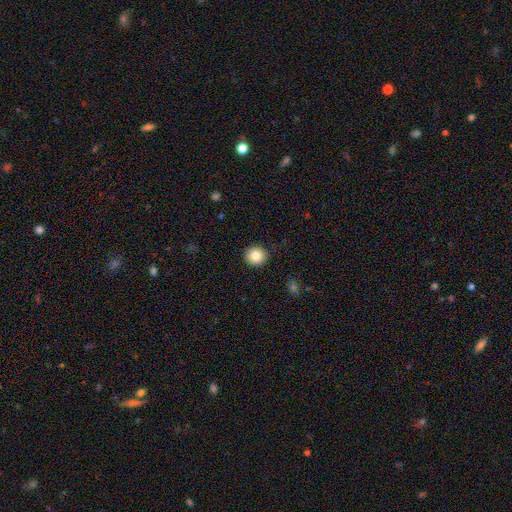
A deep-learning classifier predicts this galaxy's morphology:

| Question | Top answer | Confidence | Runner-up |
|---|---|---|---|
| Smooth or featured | smooth | 83% | star or artifact (9%) |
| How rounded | round | 90% | in between (9%) |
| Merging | none | 92% | minor disturbance (6%) |